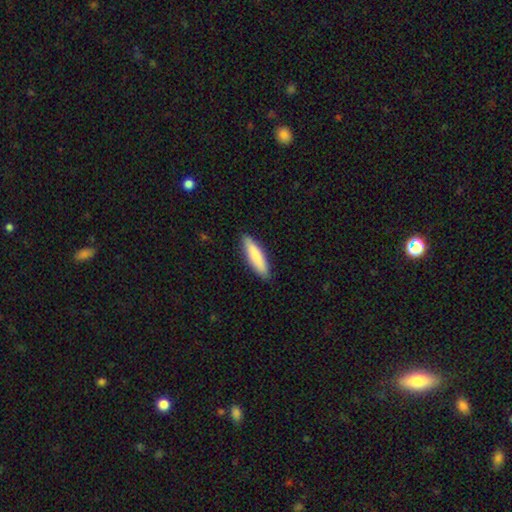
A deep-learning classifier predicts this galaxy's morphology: This appears to be a smooth galaxy with no disk features (85%) that is cigar-shaped (75%). Merging: none (89%).